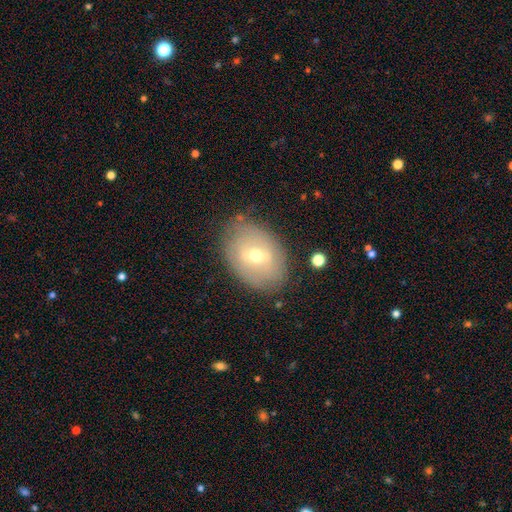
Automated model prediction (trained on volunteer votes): Overall: featured or disk (48%; smooth 43%). Merging: none (78%).